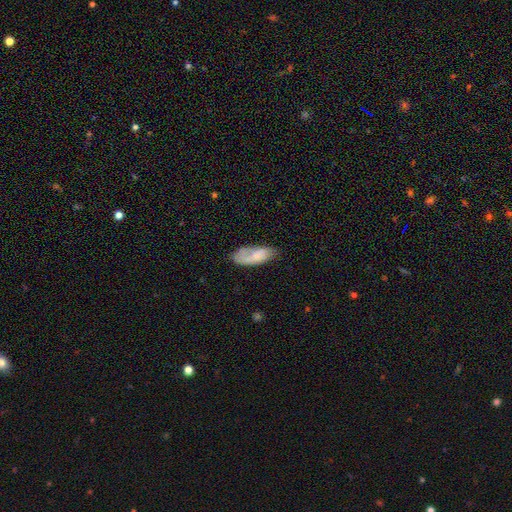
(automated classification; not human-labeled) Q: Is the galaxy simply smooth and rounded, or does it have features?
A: smooth — 70%.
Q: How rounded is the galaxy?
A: in between — 75%.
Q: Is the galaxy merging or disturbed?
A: none — 53%.